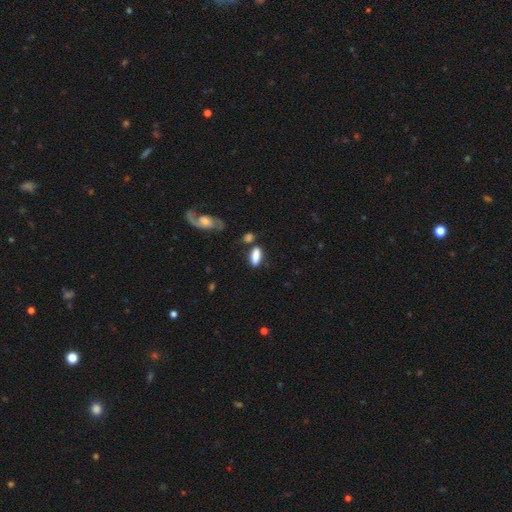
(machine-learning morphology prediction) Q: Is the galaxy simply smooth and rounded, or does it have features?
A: smooth — 82%.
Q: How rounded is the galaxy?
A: in between — 74%.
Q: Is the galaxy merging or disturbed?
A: none — 67%.